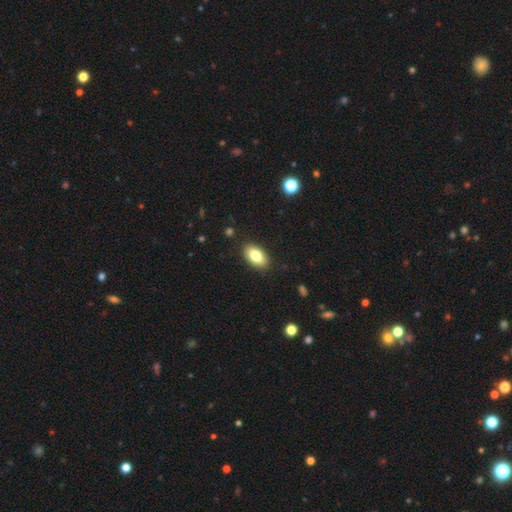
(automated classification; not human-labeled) Smooth or featured? smooth (81%)
How rounded? in between (93%)
Merging? none (88%)